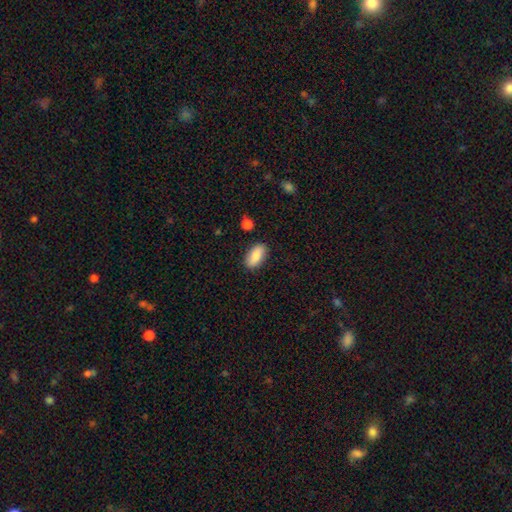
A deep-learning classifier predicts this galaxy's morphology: smooth-or-featured: smooth: 87% | featured or disk: 7% | star or artifact: 7%
  how-rounded: in between: 91% | cigar-shaped: 6% | round: 3%
  merging: none: 86% | minor disturbance: 10% | major disturbance: 2% | merger: 2%